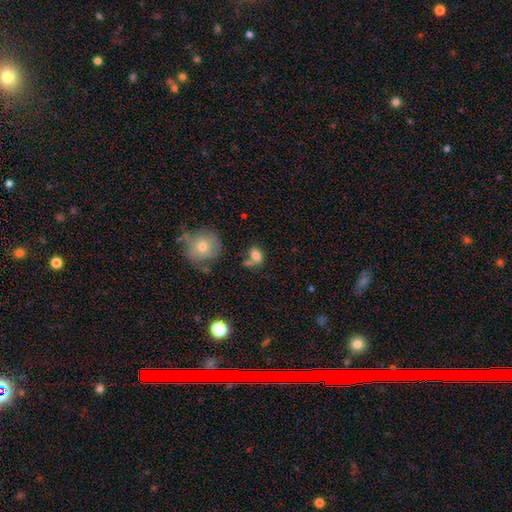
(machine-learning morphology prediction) smooth 79%, featured or disk 11%, star or artifact 10%. Down the decision tree: how rounded — in between (77%); merging — none (46%).